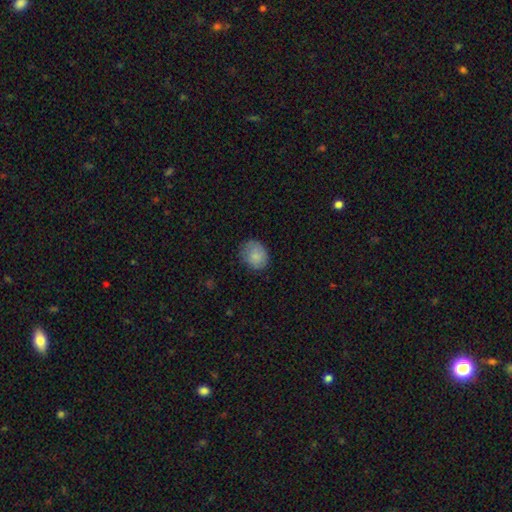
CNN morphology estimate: This is clearly a smooth galaxy (84%). How rounded: possibly round (54%). Merging: likely none (74%).